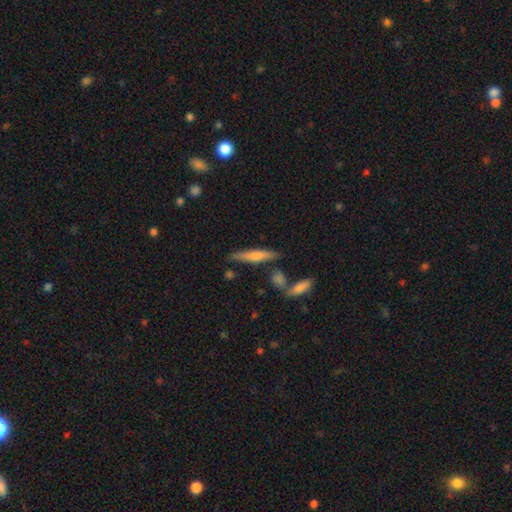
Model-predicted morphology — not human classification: smooth-or-featured: featured or disk: 47% | smooth: 46% | star or artifact: 7%
  merging: none: 78% | minor disturbance: 12% | merger: 7% | major disturbance: 3%